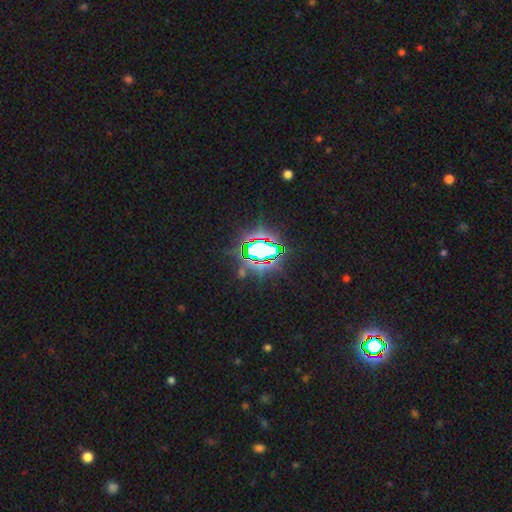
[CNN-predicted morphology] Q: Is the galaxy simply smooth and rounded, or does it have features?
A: star or artifact — 83%.